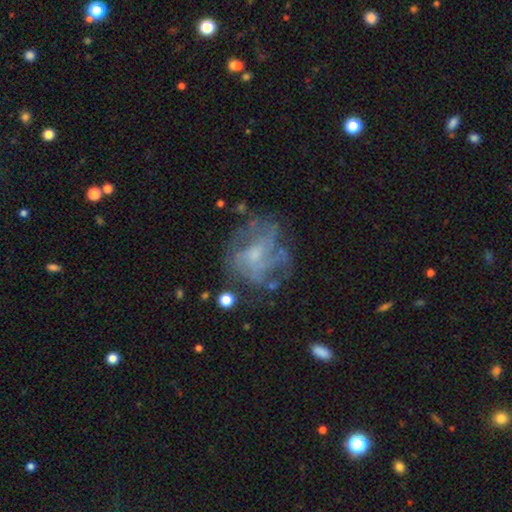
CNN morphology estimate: smooth-or-featured: featured or disk: 66% | smooth: 23% | star or artifact: 12%
  disk-edge-on: no: 97% | yes: 3%
    bar: no: 69% | weak: 27% | strong: 4%
    has-spiral-arms: no: 51% | yes: 49%
    bulge-size: small: 46% | moderate: 35% | none: 15% | large: 3% | dominant: 1%
  merging: none: 55% | major disturbance: 22% | minor disturbance: 19% | merger: 4%